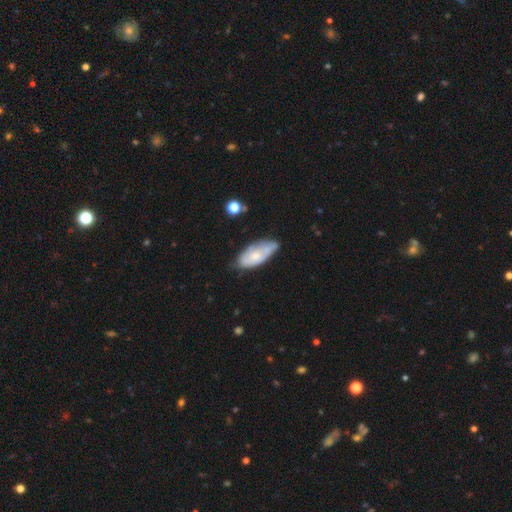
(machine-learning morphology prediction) type=smooth (50%); roundness=in between (85%); merging=none (55%).